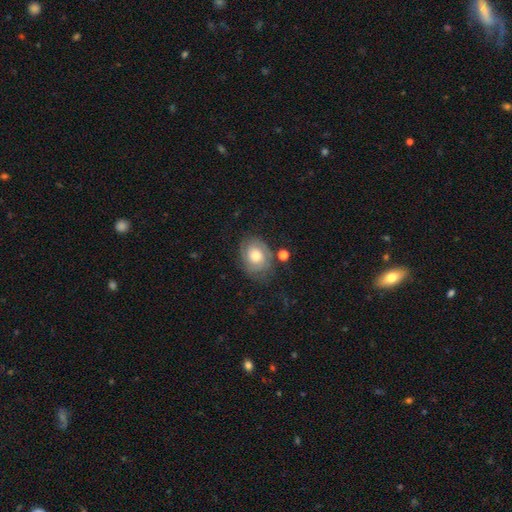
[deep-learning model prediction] This appears to be a featured or disk galaxy (56%) with no bar (79%), spiral arms (79%) and a moderate central bulge (60%). Merging: none (67%).